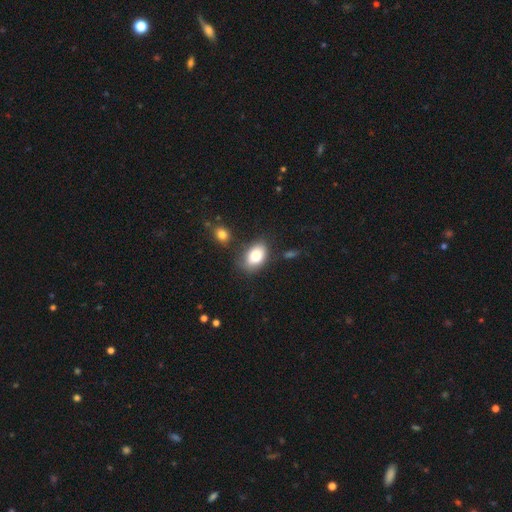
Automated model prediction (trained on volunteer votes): smooth_or_featured: smooth (p=0.83) [alt: featured or disk p=0.09]
how_rounded: in between (p=0.87) [alt: round p=0.12]
merging: none (p=0.71) [alt: minor disturbance p=0.18]